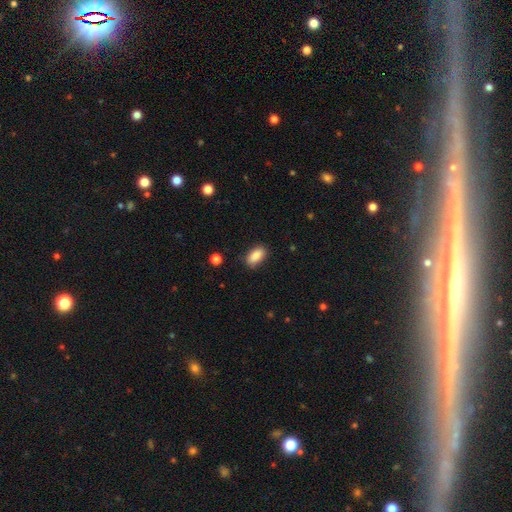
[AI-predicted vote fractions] This is clearly a smooth galaxy (88%). How rounded: clearly in between (90%). Merging: clearly none (84%).